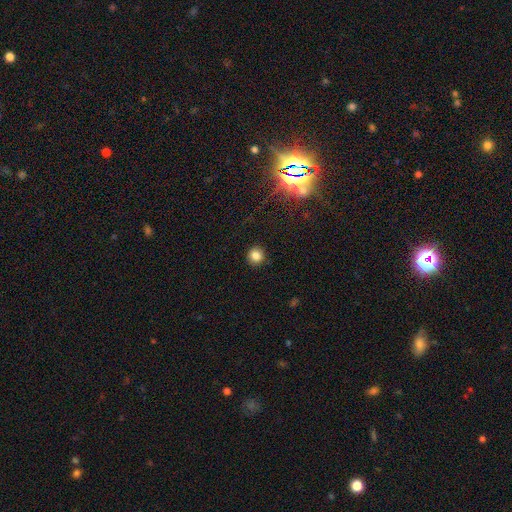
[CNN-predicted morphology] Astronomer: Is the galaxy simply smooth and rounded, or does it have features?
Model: smooth — 82%.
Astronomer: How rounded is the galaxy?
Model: round — 92%.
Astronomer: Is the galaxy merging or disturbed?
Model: none — 91%.